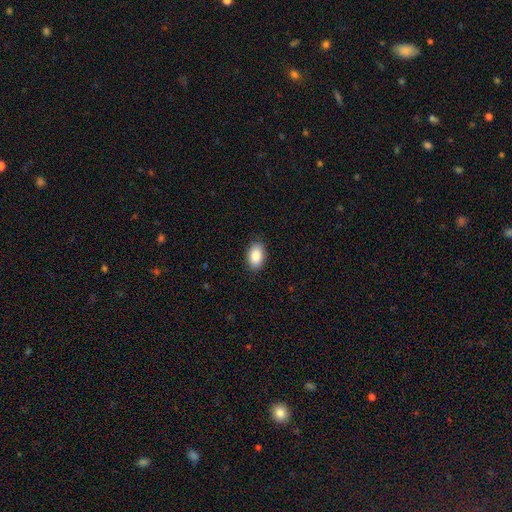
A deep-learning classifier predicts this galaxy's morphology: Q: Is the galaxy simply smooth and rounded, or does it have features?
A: smooth — 88%.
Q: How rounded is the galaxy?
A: in between — 92%.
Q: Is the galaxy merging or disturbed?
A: none — 89%.